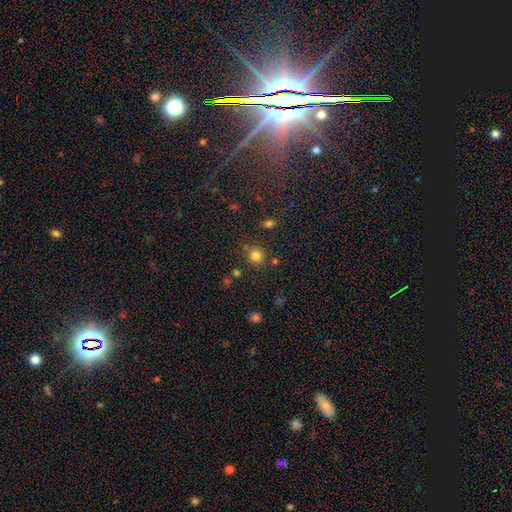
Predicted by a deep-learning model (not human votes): smooth 80%, star or artifact 15%, featured or disk 6%. Down the decision tree: how rounded — round (90%); merging — none (80%).